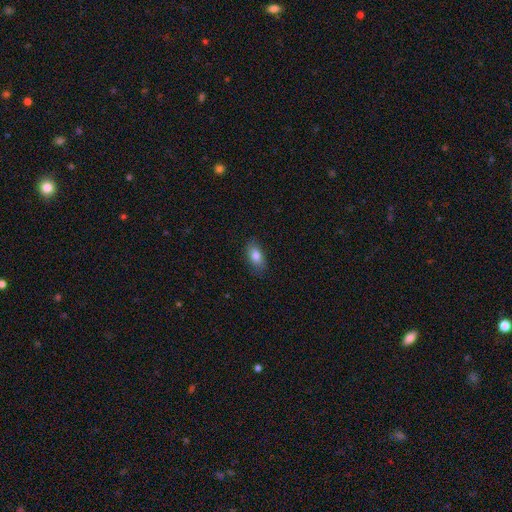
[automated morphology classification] Smooth or featured: smooth — 81% (featured or disk — 11%)
How rounded: in between — 89% (round — 6%)
Merging: none — 84% (minor disturbance — 13%)